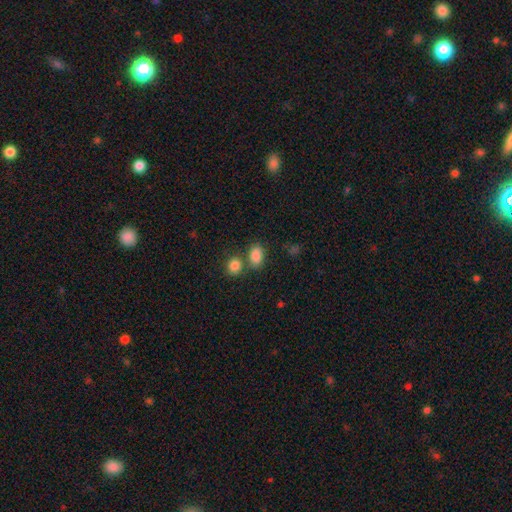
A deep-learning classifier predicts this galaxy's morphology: The model was most divided on "merging": none: 58%, merger: 26%, minor disturbance: 11%, major disturbance: 4%. More confident: smooth or featured — smooth (85%); how rounded — in between (79%).